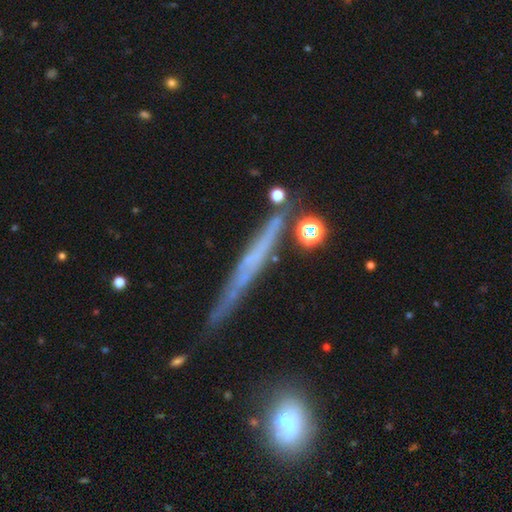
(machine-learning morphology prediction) Smooth or featured? Predicted: featured or disk (p=0.60). Edge-on disk? Predicted: yes (p=0.94). Edge-on bulge? Predicted: none (p=0.84). Merging? Predicted: none (p=0.76).